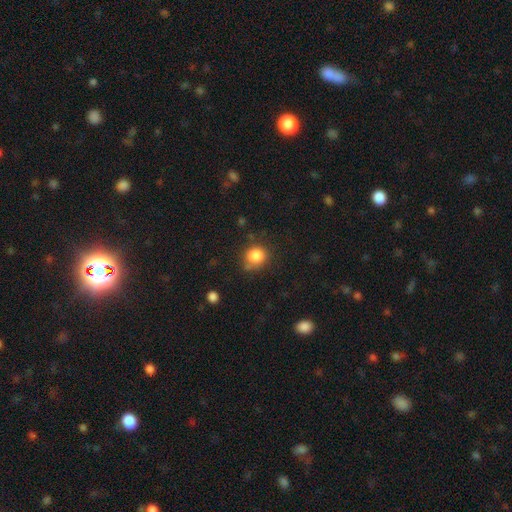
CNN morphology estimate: A smooth galaxy with no disk features (85%) that is round (86%). Merging: none (75%).